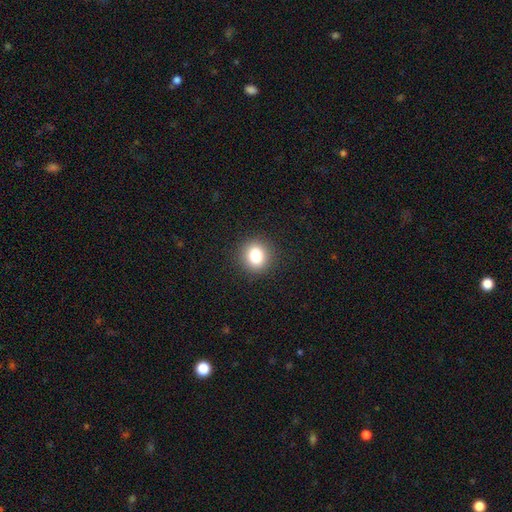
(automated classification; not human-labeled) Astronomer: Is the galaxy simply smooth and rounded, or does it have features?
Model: smooth — 81%.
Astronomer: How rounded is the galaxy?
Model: round — 86%.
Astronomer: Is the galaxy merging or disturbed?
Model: none — 91%.